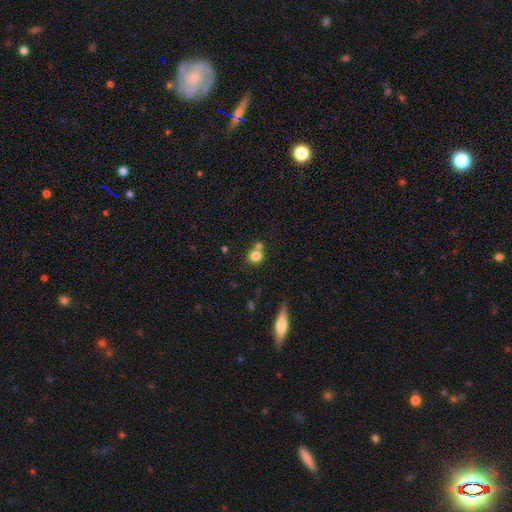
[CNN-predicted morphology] This appears to be a smooth galaxy with no disk features (81%) that is round (83%). Merging: none (60%).